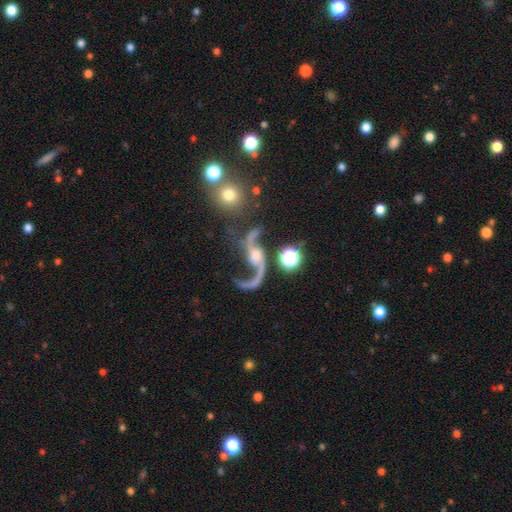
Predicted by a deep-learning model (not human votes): This appears to be a featured or disk galaxy (88%) with no bar (60%), 2 (90%) loose (88%) spiral arms (96%) and a moderate central bulge (49%). Merging: none (49%).